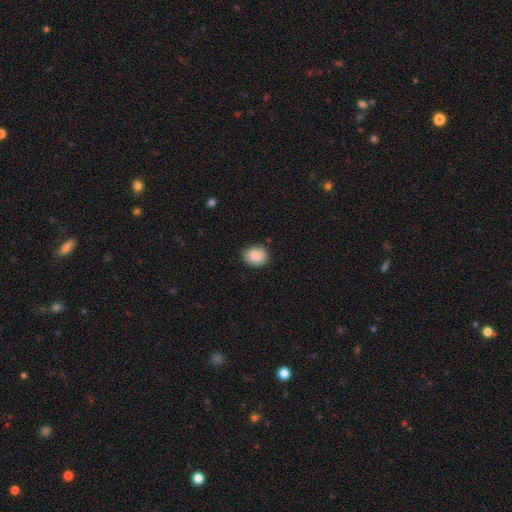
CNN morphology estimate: Smooth or featured?
  - smooth: 88% *
  - star or artifact: 8%
  - featured or disk: 4%
How rounded?
  - round: 55% *
  - in between: 44%
  - cigar-shaped: 1%
Merging?
  - none: 81% *
  - minor disturbance: 15%
  - major disturbance: 3%
  - merger: 1%